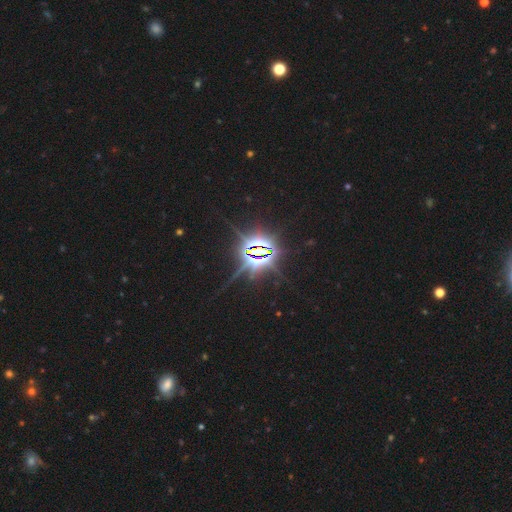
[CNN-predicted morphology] Overall: star or artifact (86%).